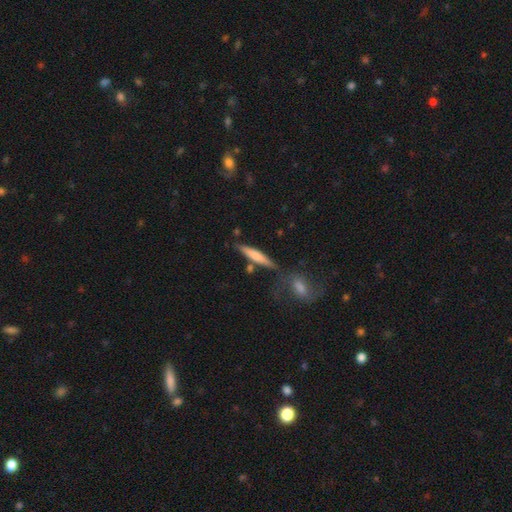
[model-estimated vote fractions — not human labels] A smooth galaxy with no disk features (63%) that is cigar-shaped (86%). Merging: none (69%).